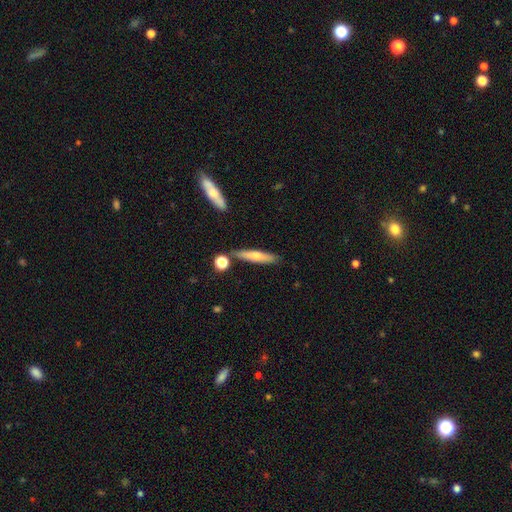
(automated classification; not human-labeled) Smooth or featured: smooth — 58% (featured or disk — 36%)
How rounded: cigar-shaped — 86% (in between — 12%)
Merging: none — 80% (minor disturbance — 12%)